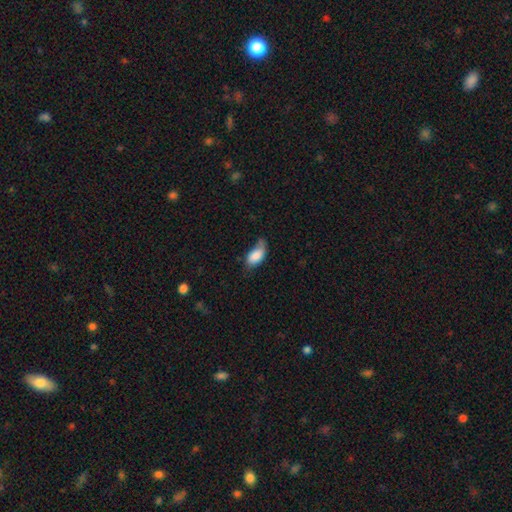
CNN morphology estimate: Q: Smooth or featured?
A: smooth (83%); runner-up: featured or disk (11%)
Q: How rounded?
A: in between (92%); runner-up: cigar-shaped (4%)
Q: Merging?
A: minor disturbance (41%); runner-up: none (40%)